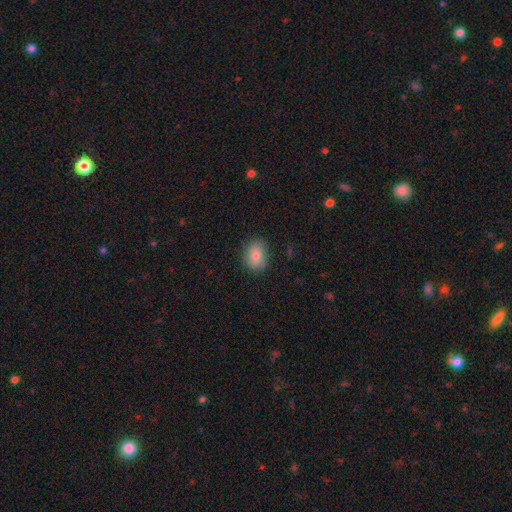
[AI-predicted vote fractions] smooth 82%, featured or disk 10%, star or artifact 8%. Down the decision tree: how rounded — in between (59%); merging — none (82%).